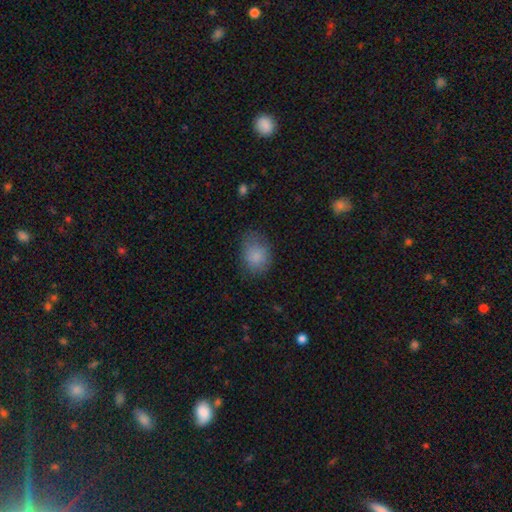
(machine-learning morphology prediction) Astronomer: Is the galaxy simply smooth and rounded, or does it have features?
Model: smooth — 84%.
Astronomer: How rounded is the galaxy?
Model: in between — 55% (runner-up: round, 44%).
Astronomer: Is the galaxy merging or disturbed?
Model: none — 63%.